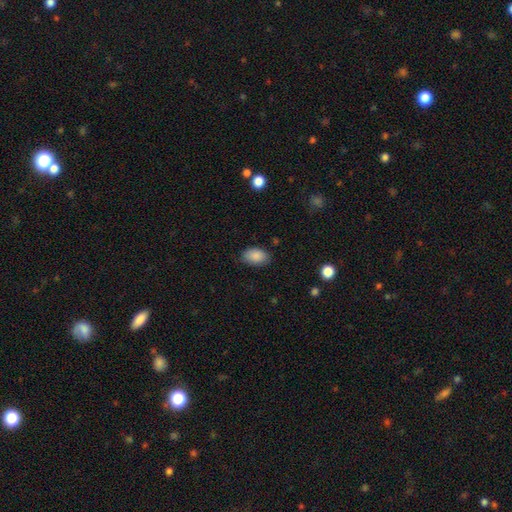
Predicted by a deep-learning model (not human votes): Overall: smooth (89%). How rounded: in between (91%). Merging: none (83%).